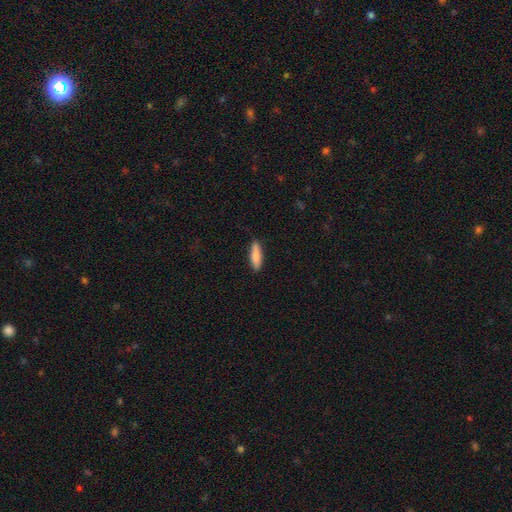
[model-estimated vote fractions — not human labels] A smooth galaxy with no disk features (85%) that is cigar-shaped (63%).

Vote fractions:
- Smooth or featured? smooth: 85% / featured or disk: 9% / star or artifact: 6%
- How rounded? cigar-shaped: 63% / in between: 35% / round: 2%
- Merging? none: 86% / minor disturbance: 11% / major disturbance: 2% / merger: 1%